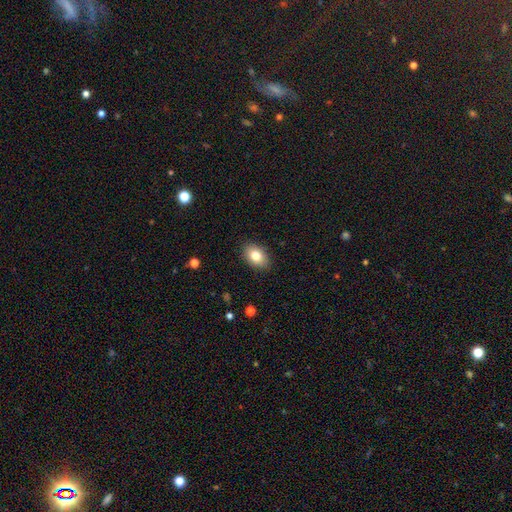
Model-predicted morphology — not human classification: This appears to be a smooth galaxy with no disk features (81%) that is in between round and cigar-shaped (86%). Merging: none (89%).